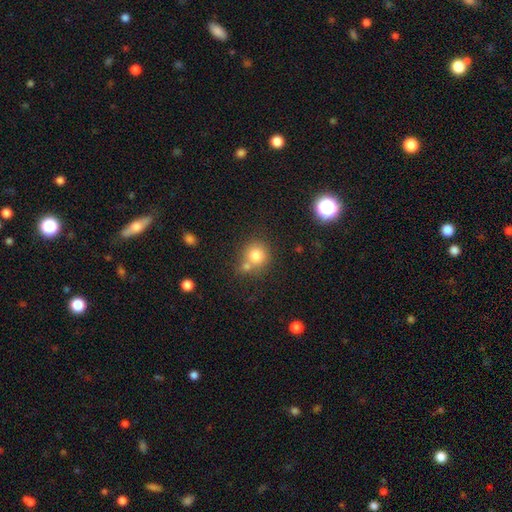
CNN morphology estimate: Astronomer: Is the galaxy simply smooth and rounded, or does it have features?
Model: smooth — 79%.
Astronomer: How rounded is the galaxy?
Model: round — 87%.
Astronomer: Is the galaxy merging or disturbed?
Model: none — 53% (runner-up: merger, 32%).